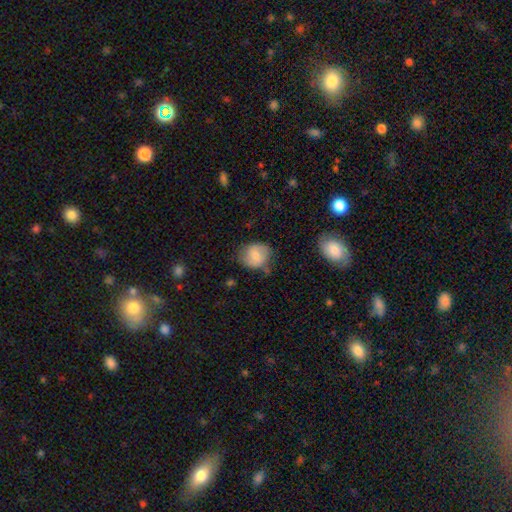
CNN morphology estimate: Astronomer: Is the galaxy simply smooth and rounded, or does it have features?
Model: smooth — 69%.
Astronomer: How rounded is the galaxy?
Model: round — 70%.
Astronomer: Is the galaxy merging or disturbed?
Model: none — 68%.